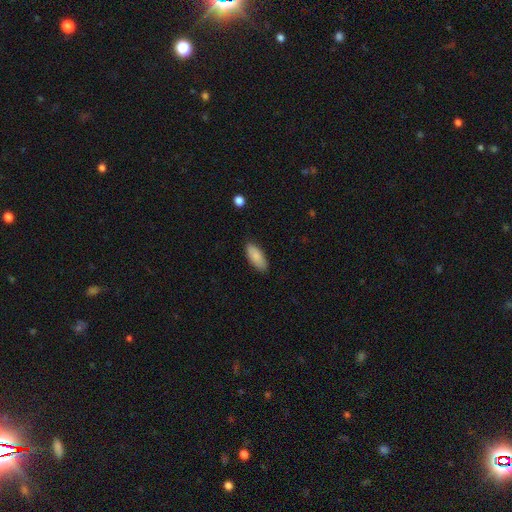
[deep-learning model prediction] smooth-or-featured: smooth: 84% | featured or disk: 10% | star or artifact: 6%
  how-rounded: in between: 82% | cigar-shaped: 16% | round: 2%
  merging: none: 85% | minor disturbance: 11% | major disturbance: 2% | merger: 1%